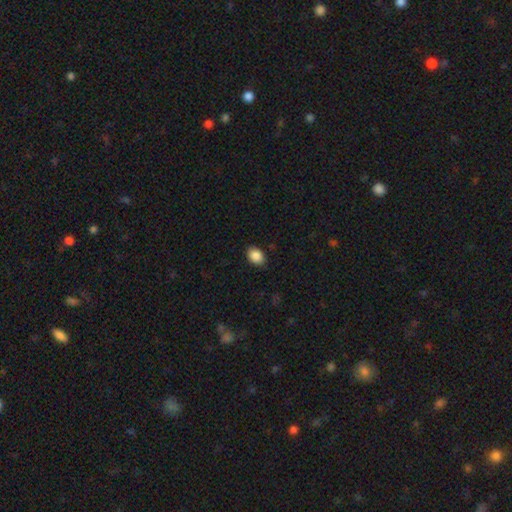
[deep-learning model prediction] smooth 89%, star or artifact 8%, featured or disk 3%. Down the decision tree: how rounded — in between (76%); merging — none (87%).